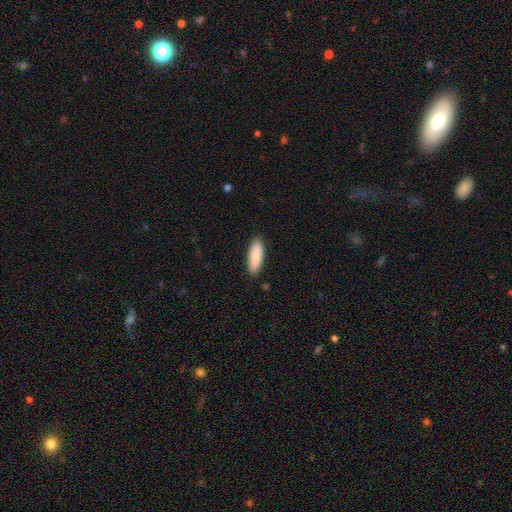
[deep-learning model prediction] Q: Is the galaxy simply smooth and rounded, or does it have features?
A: smooth — 87%.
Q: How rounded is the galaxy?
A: in between — 59%.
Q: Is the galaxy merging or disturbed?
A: none — 88%.